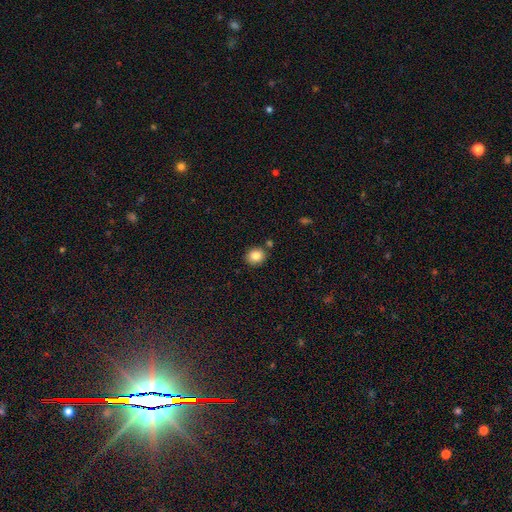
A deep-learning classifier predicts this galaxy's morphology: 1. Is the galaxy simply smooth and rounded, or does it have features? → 85% smooth, 10% star or artifact, 6% featured or disk.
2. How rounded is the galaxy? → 68% round, 31% in between, 1% cigar-shaped.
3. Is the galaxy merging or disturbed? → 82% none, 9% minor disturbance, 6% merger, 2% major disturbance.